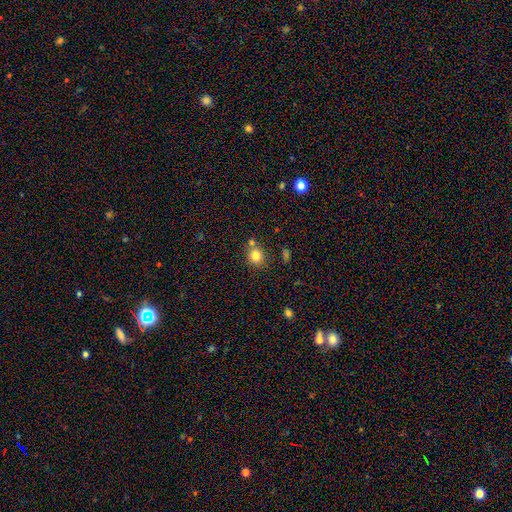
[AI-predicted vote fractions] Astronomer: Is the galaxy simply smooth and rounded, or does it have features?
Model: smooth — 81%.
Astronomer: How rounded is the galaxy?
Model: round — 81%.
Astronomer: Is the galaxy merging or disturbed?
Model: none — 64%.